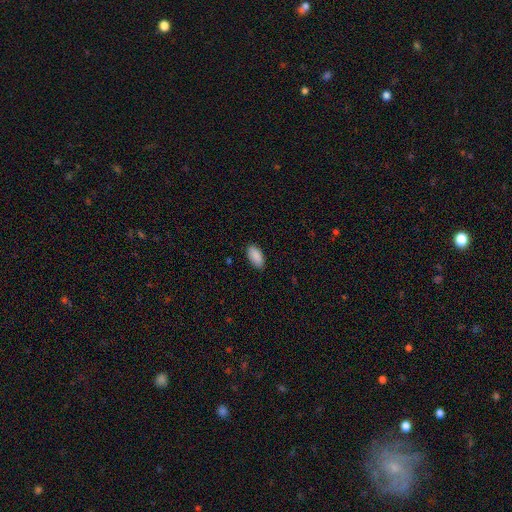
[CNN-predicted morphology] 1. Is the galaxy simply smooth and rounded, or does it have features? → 90% smooth, 6% star or artifact, 4% featured or disk.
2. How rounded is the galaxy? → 93% in between, 5% cigar-shaped, 2% round.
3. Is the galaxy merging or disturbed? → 88% none, 9% minor disturbance, 2% major disturbance, 1% merger.